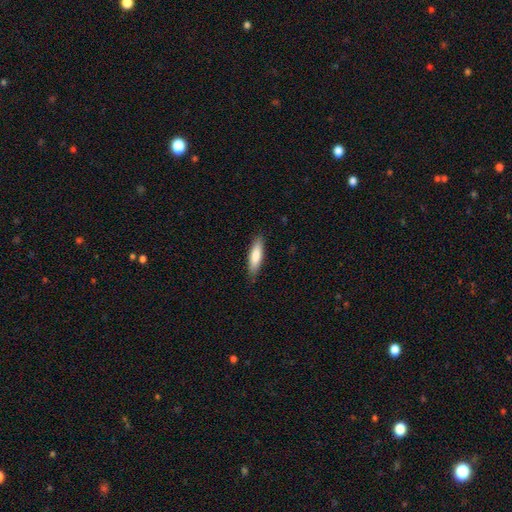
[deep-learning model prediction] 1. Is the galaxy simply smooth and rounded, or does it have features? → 78% smooth, 17% featured or disk, 5% star or artifact.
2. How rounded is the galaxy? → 65% cigar-shaped, 34% in between, 1% round.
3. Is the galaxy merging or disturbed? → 87% none, 10% minor disturbance, 2% major disturbance, 1% merger.